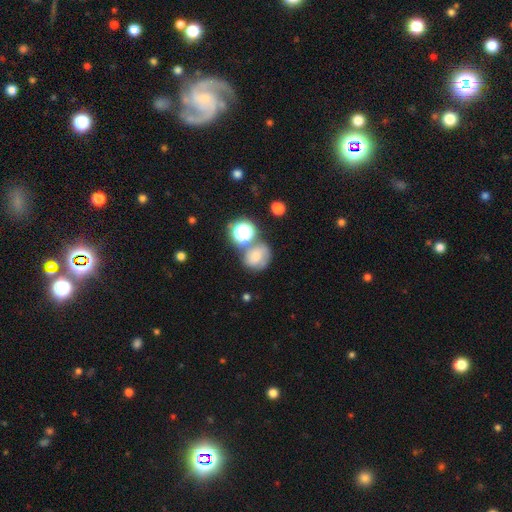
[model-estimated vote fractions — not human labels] This appears to be a smooth galaxy with no disk features (57%) that is round (69%). Merging: none (47%).